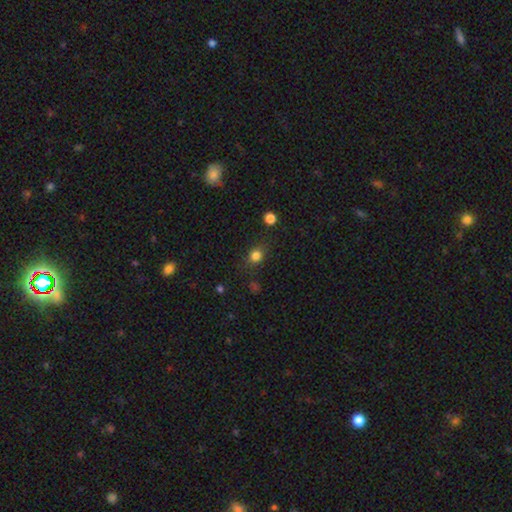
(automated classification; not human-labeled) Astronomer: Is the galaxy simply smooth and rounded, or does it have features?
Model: smooth — 81%.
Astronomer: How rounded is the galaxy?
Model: round — 66%.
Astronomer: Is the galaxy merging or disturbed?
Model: none — 80%.